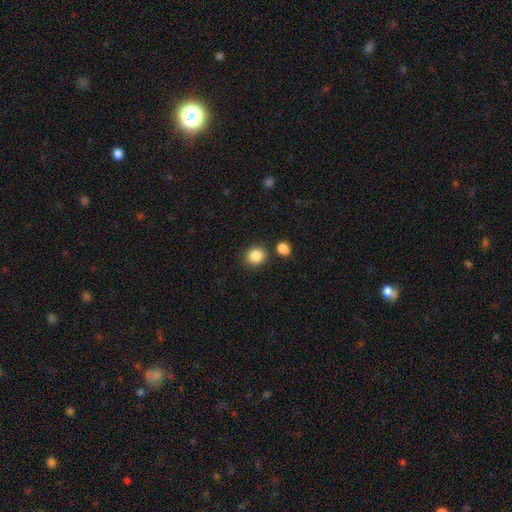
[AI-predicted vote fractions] This is clearly a smooth galaxy (86%). How rounded: likely round (79%). Merging: clearly none (82%).